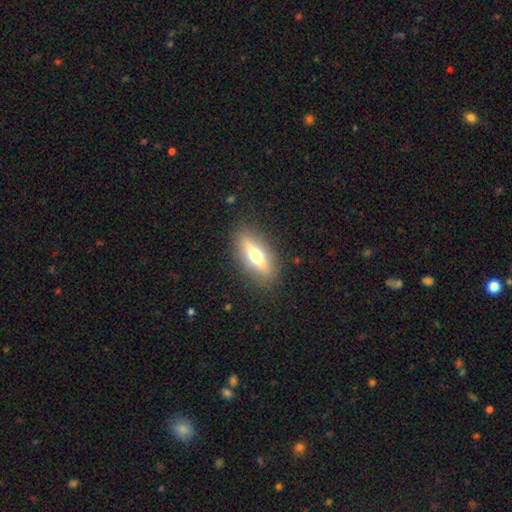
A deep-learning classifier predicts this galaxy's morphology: Q: Smooth or featured?
A: featured or disk (53%); runner-up: smooth (40%)
Q: Edge-on disk?
A: yes (80%); runner-up: no (20%)
Q: Merging?
A: none (87%); runner-up: minor disturbance (9%)